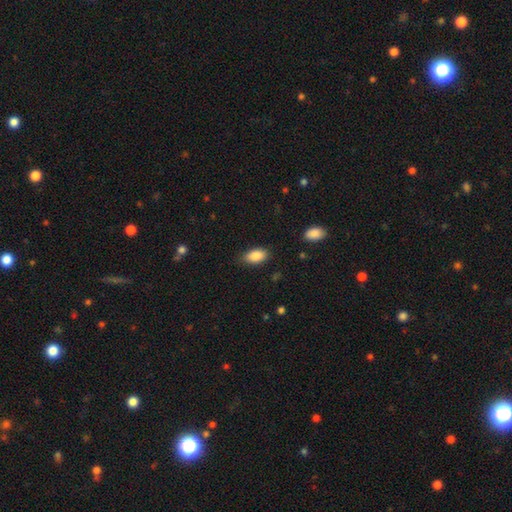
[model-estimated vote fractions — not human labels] This is clearly a smooth galaxy (87%). How rounded: clearly in between (93%). Merging: clearly none (81%).